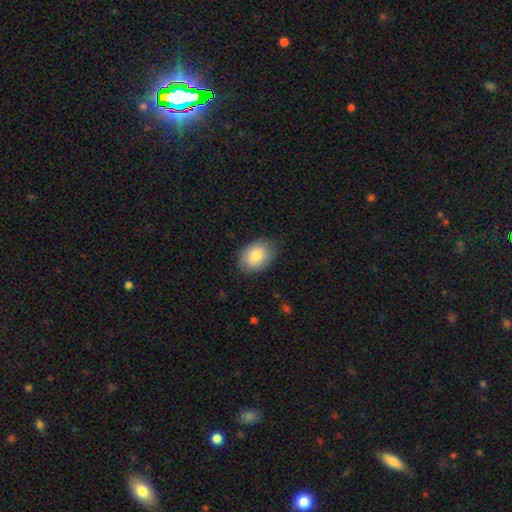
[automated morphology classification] smooth_or_featured: smooth (p=0.83) [alt: featured or disk p=0.10]
how_rounded: in between (p=0.72) [alt: round p=0.27]
merging: none (p=0.84) [alt: minor disturbance p=0.13]